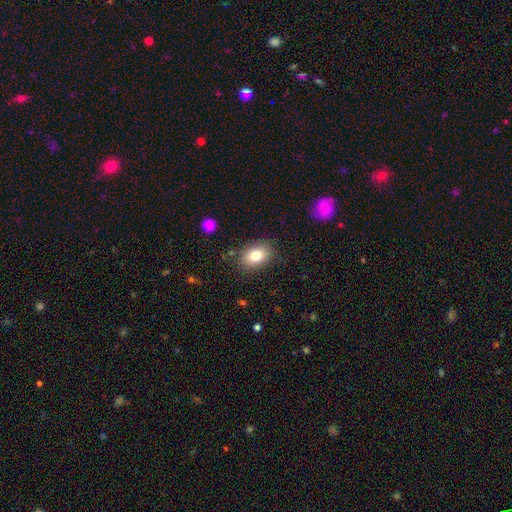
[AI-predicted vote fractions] This appears to be a smooth galaxy with no disk features (81%) that is in between round and cigar-shaped (81%). Merging: none (84%).